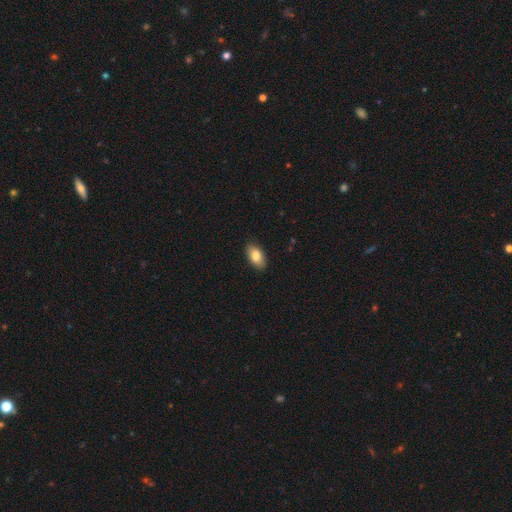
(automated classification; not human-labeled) Q: Smooth or featured?
A: smooth (84%); runner-up: featured or disk (9%)
Q: How rounded?
A: in between (93%); runner-up: round (4%)
Q: Merging?
A: none (89%); runner-up: minor disturbance (9%)